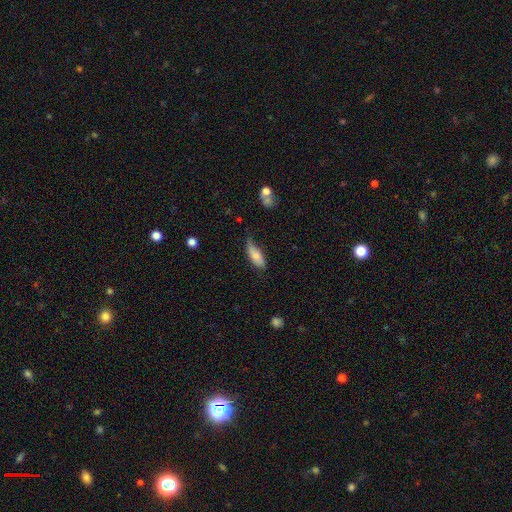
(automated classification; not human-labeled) Morphology: type=smooth (76%); roundness=in between (77%); merging=minor disturbance (44%).